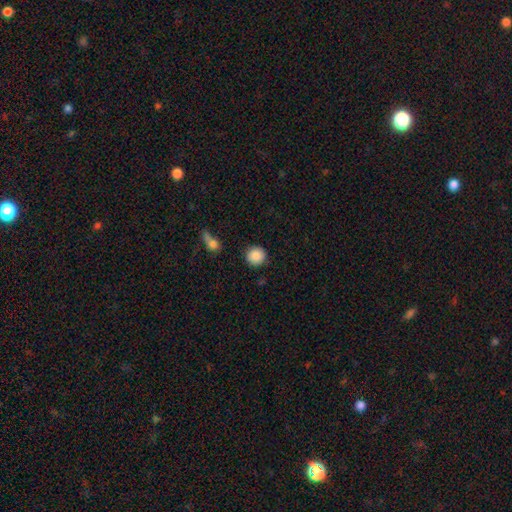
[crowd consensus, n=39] Smooth or featured: smooth — 87% (star or artifact — 8%)
How rounded: round — 100%
Merging: none — 97% (major disturbance — 3%)